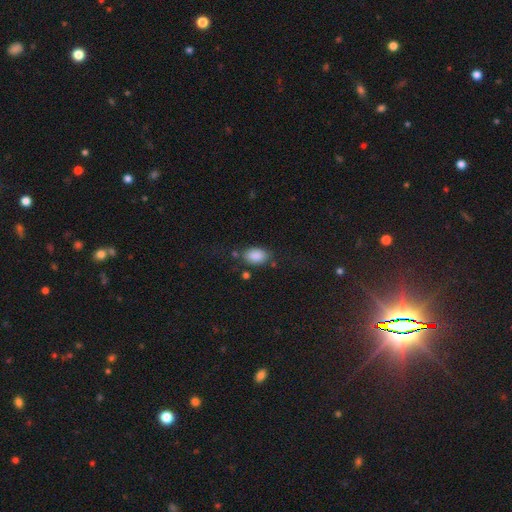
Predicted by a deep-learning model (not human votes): This appears to be a smooth galaxy with no disk features (87%) that is in between round and cigar-shaped (86%). Merging: none (72%).